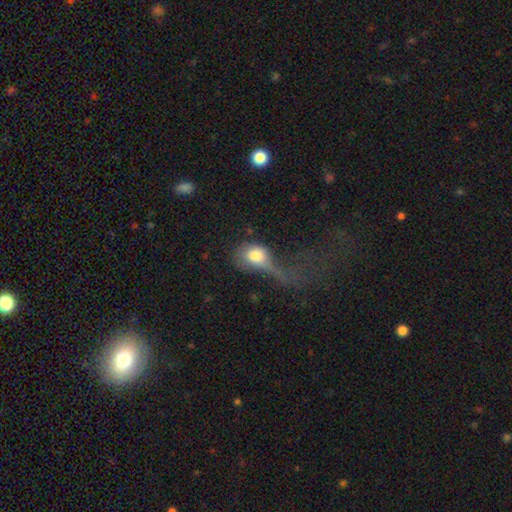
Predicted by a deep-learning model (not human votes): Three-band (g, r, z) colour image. It shows a smooth galaxy with no disk features (72%) that is in between round and cigar-shaped (61%). Merging: major disturbance (66%).